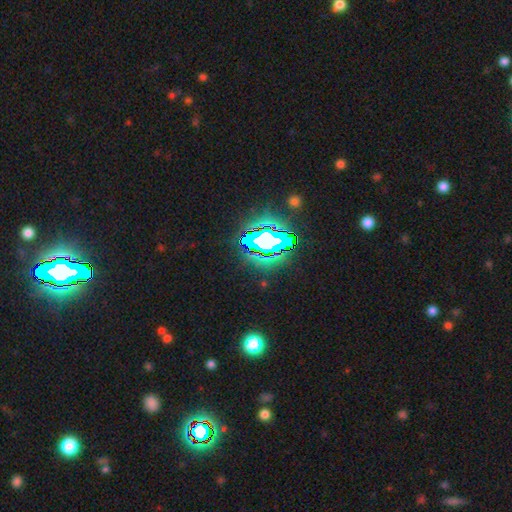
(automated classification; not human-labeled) Q: Smooth or featured?
A: star or artifact (85%); runner-up: smooth (8%)